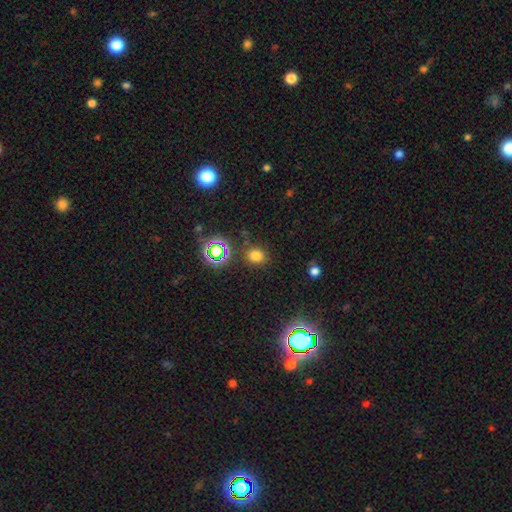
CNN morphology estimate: Smooth or featured? smooth (72%)
How rounded? round (74%)
Merging? none (83%)